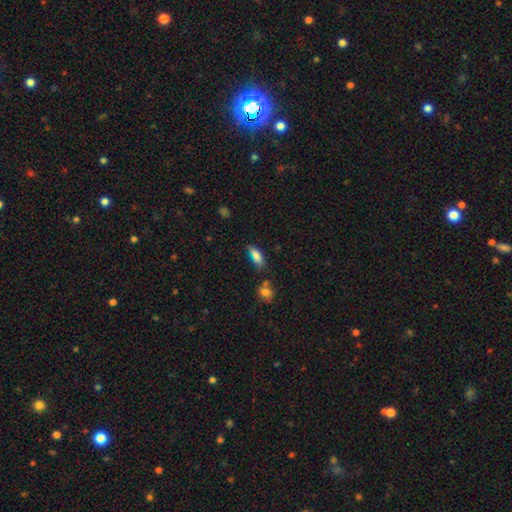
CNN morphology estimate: This is likely a smooth galaxy (78%). How rounded: likely in between (66%). Merging: possibly none (54%).